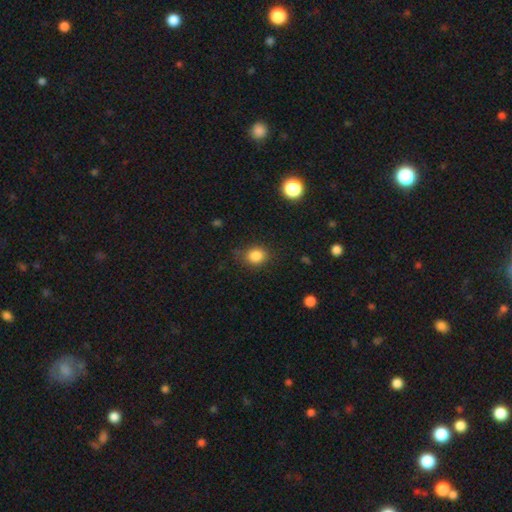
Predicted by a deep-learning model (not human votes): Overall: smooth (84%). How rounded: round (64%; in between 35%). Merging: none (77%).